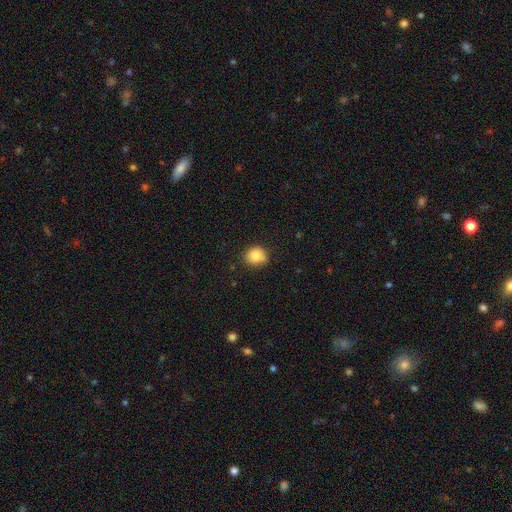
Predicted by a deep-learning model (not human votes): Smooth or featured: smooth — 83% (star or artifact — 9%)
How rounded: round — 76% (in between — 23%)
Merging: none — 69% (minor disturbance — 21%)